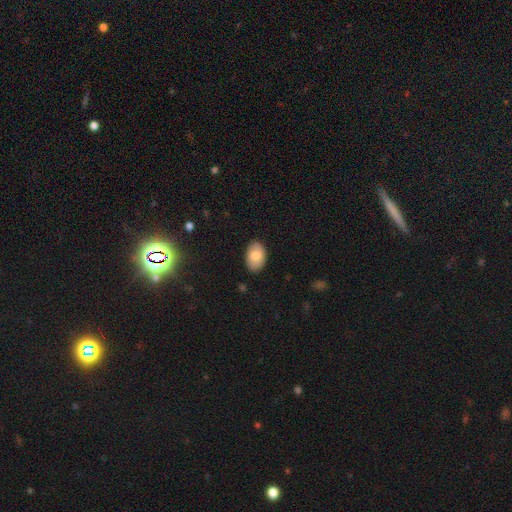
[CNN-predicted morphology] This appears to be a smooth galaxy with no disk features (81%) that is in between round and cigar-shaped (91%). Merging: none (86%).